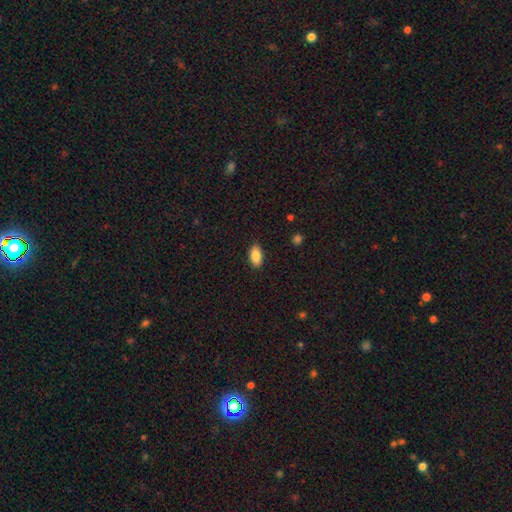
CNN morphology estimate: smooth_or_featured: smooth (p=0.87) [alt: star or artifact p=0.07]
how_rounded: in between (p=0.92) [alt: cigar-shaped p=0.05]
merging: none (p=0.88) [alt: minor disturbance p=0.09]